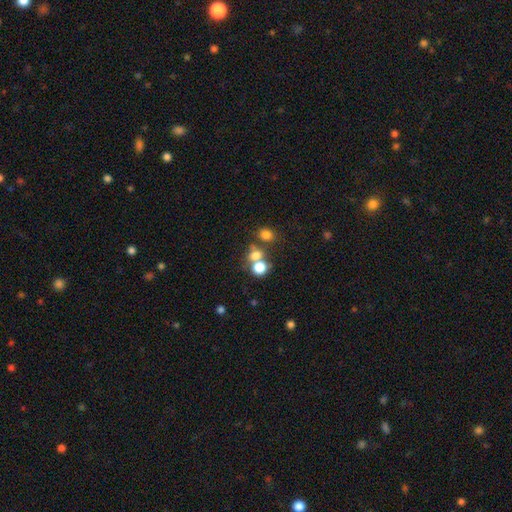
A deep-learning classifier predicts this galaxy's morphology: Smooth or featured?
  - smooth: 70% *
  - star or artifact: 18%
  - featured or disk: 12%
How rounded?
  - round: 69% *
  - in between: 29%
  - cigar-shaped: 1%
Merging?
  - none: 47% *
  - merger: 40%
  - minor disturbance: 8%
  - major disturbance: 5%